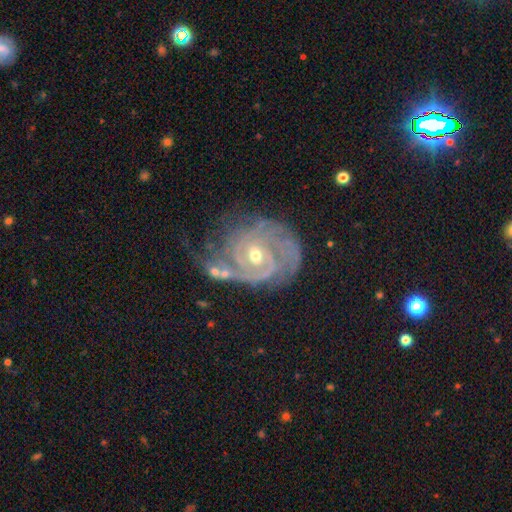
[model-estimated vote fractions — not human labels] smooth-or-featured: featured or disk: 90% | star or artifact: 5% | smooth: 5%
  disk-edge-on: no: 97% | yes: 3%
    bar: no: 52% | weak: 37% | strong: 11%
    has-spiral-arms: yes: 97% | no: 3%
      spiral-winding: tight: 72% | medium: 23% | loose: 5%
      spiral-arm-count: 2: 28% | 3: 27% | can't tell: 22% | 4: 10% | 1: 7% | more than 4: 6%
    bulge-size: moderate: 57% | small: 40% | large: 2% | none: 1% | dominant: 1%
  merging: none: 53% | minor disturbance: 24% | major disturbance: 15% | merger: 8%